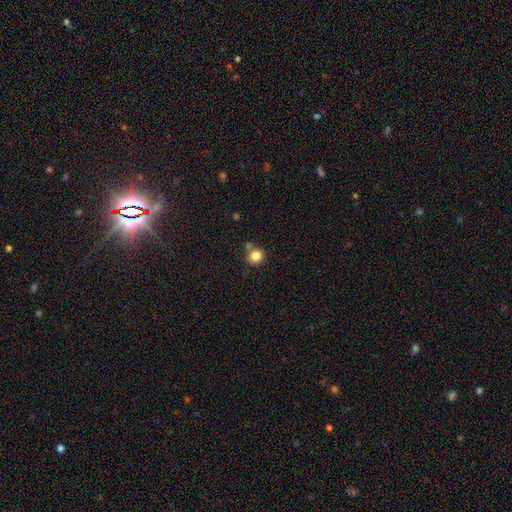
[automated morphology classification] A smooth galaxy with no disk features (84%) that is round (86%). Merging: none (68%).